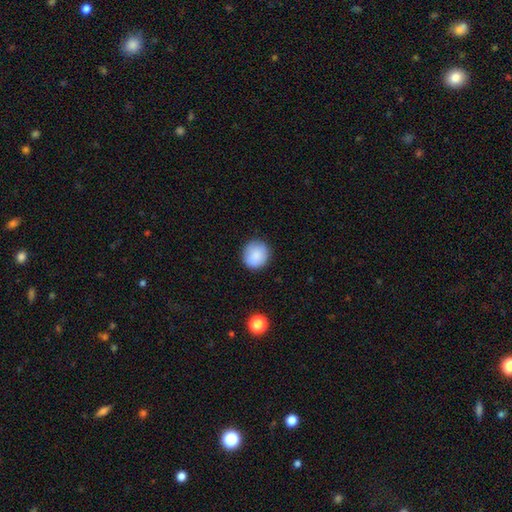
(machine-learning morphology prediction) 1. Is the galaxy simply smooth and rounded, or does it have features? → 87% smooth, 8% star or artifact, 5% featured or disk.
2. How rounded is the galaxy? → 90% round, 9% in between, 1% cigar-shaped.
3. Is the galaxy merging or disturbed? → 87% none, 9% minor disturbance, 2% major disturbance, 1% merger.